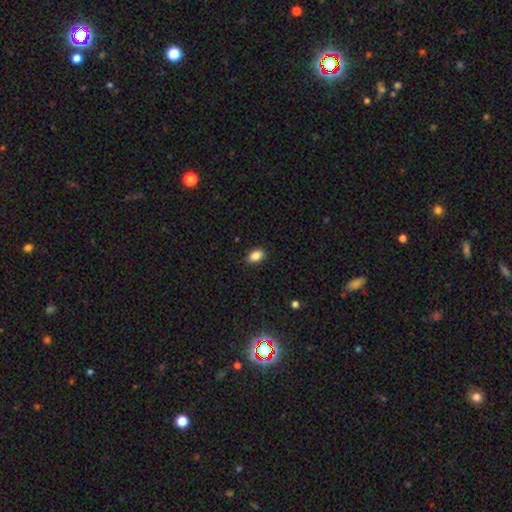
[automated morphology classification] This appears to be a smooth galaxy with no disk features (88%) that is in between round and cigar-shaped (88%). Merging: none (89%).